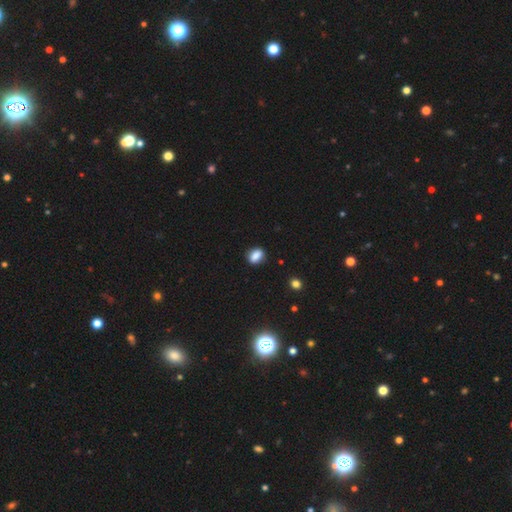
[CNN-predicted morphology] smooth_or_featured: smooth (p=0.85) [alt: star or artifact p=0.10]
how_rounded: in between (p=0.72) [alt: round p=0.26]
merging: none (p=0.83) [alt: minor disturbance p=0.12]